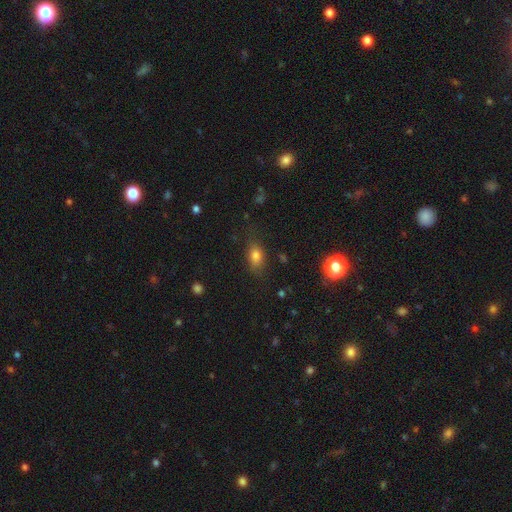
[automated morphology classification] Smooth or featured? smooth (77%)
How rounded? in between (79%)
Merging? none (72%)